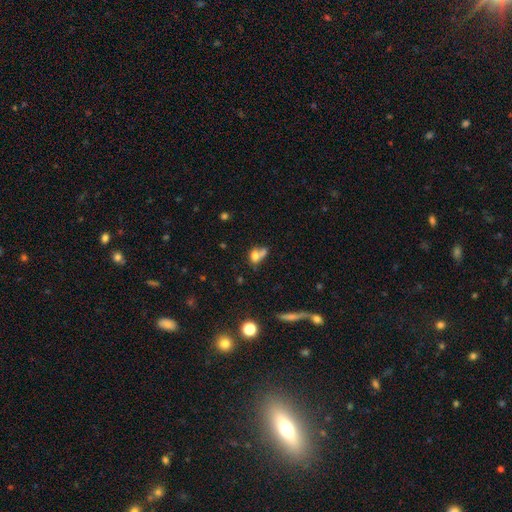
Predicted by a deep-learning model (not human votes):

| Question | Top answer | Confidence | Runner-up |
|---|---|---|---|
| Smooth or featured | smooth | 69% | featured or disk (19%) |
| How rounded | in between | 61% | round (35%) |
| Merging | merger | 54% | none (24%) |